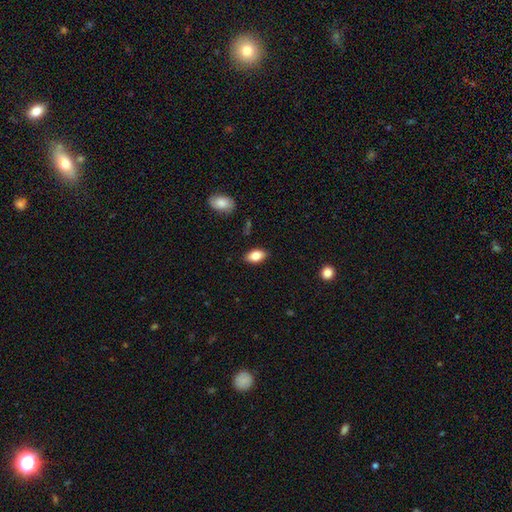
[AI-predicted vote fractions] Smooth or featured? Predicted: smooth (p=0.82). How rounded? Predicted: in between (p=0.90). Merging? Predicted: none (p=0.87).